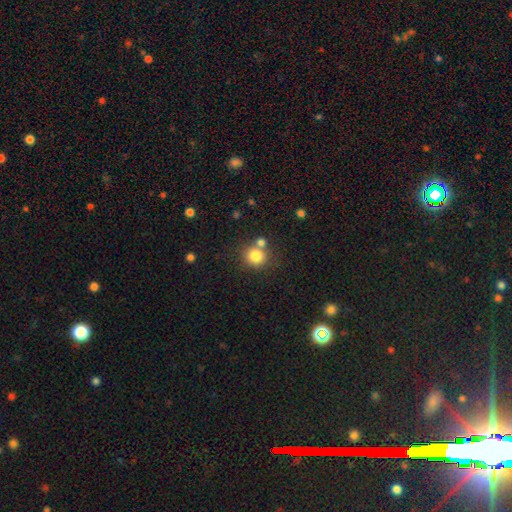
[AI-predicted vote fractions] This is clearly a smooth galaxy (82%). How rounded: clearly round (88%). Merging: likely none (66%).